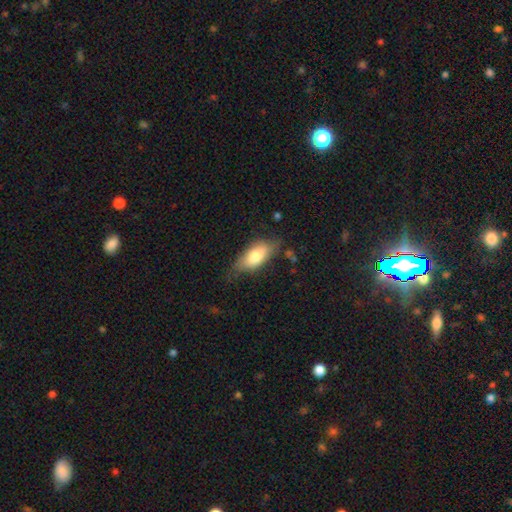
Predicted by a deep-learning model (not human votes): Overall: smooth (75%). How rounded: in between (85%). Merging: none (61%; minor disturbance 28%).